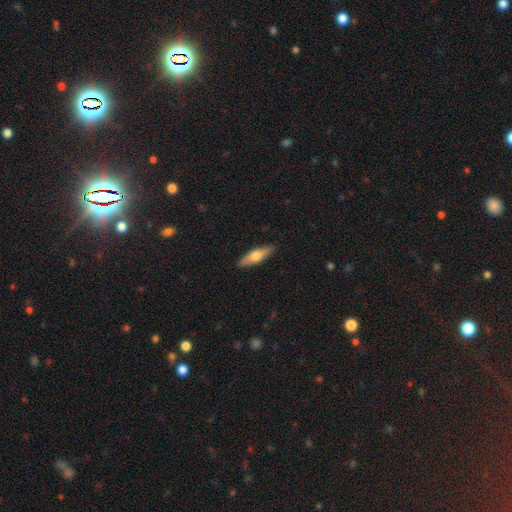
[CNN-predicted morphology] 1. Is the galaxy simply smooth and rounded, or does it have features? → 60% smooth, 34% featured or disk, 6% star or artifact.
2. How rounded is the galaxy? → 55% cigar-shaped, 43% in between, 2% round.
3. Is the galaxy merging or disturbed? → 89% none, 8% minor disturbance, 2% major disturbance, 1% merger.